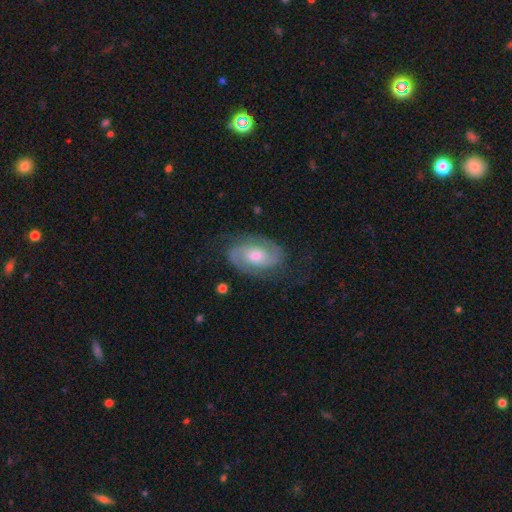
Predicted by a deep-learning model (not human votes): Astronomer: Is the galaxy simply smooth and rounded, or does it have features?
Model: featured or disk — 86%.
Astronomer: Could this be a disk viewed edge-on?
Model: no — 97%.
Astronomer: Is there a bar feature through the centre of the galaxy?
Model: no — 52% (runner-up: weak, 37%).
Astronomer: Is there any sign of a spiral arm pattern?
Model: yes — 96%.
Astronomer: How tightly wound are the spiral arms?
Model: medium — 46% (runner-up: tight, 42%).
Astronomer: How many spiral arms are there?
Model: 2 — 89%.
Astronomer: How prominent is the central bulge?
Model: moderate — 59%.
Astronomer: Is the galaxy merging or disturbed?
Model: none — 76%.